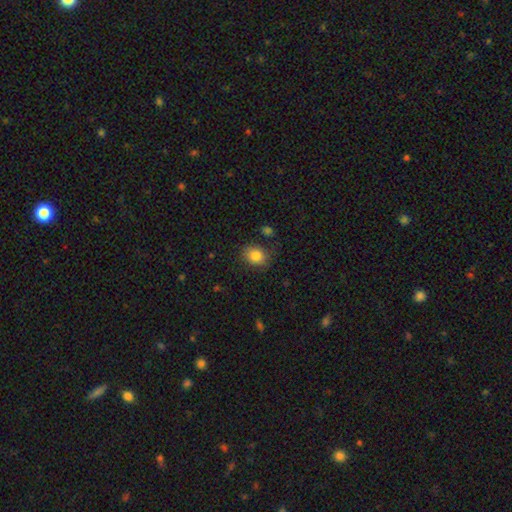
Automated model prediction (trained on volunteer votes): This is clearly a smooth galaxy (84%). How rounded: possibly in between (51%). Merging: likely none (77%).